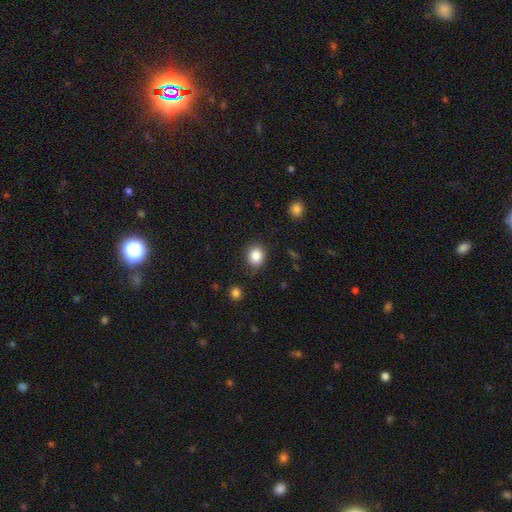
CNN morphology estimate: Smooth or featured? Predicted: smooth (p=0.86). How rounded? Predicted: round (p=0.71). Merging? Predicted: none (p=0.80).